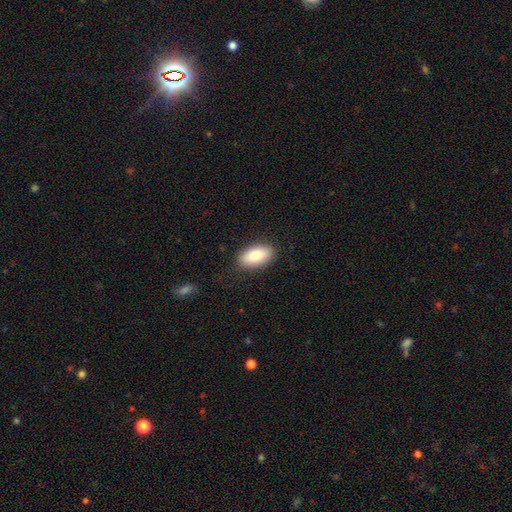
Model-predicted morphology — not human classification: Smooth or featured: smooth — 82% (featured or disk — 11%)
How rounded: in between — 92% (cigar-shaped — 5%)
Merging: none — 86% (minor disturbance — 10%)